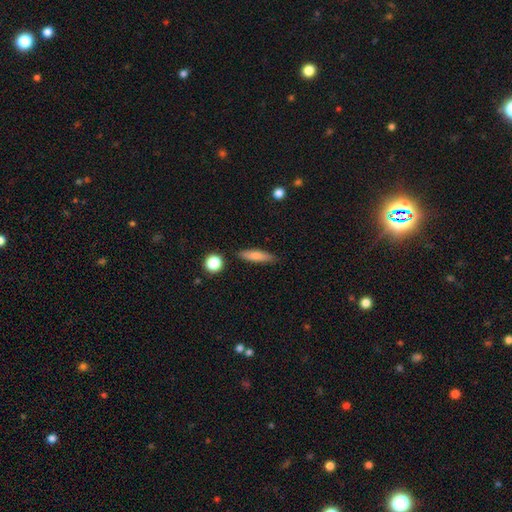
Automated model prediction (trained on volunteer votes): The model was most divided on "how rounded": cigar-shaped: 73%, in between: 24%, round: 3%. More confident: merging — none (85%); smooth or featured — smooth (78%).